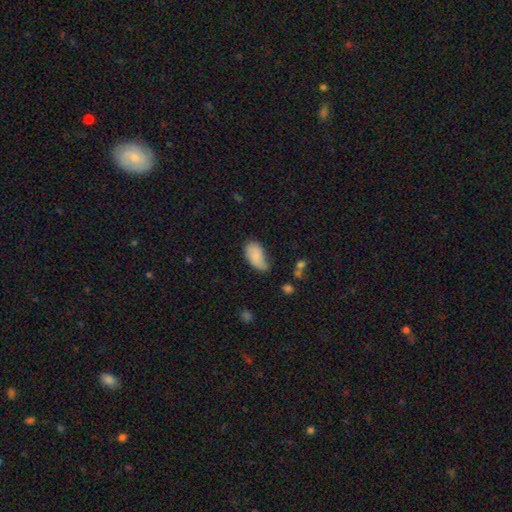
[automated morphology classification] Q: Smooth or featured?
A: smooth (81%); runner-up: featured or disk (11%)
Q: How rounded?
A: in between (94%); runner-up: round (4%)
Q: Merging?
A: minor disturbance (41%); tied with: none (41%)